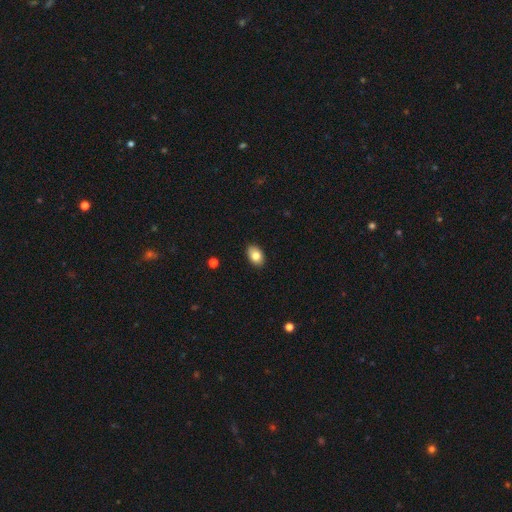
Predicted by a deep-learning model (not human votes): smooth-or-featured: smooth: 82% | featured or disk: 10% | star or artifact: 8%
  how-rounded: in between: 88% | round: 11% | cigar-shaped: 1%
  merging: none: 88% | minor disturbance: 9% | major disturbance: 2% | merger: 1%